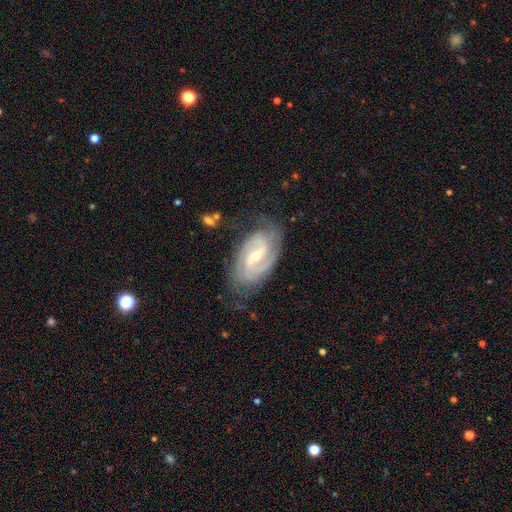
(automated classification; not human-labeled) Overall: featured or disk (89%). Edge-on disk: no (96%). Bar: weak (48%; strong 34%). Spiral arms: yes (97%). Spiral arm count: 2 (69%). Spiral winding: tight (48%; medium 41%). Bulge size: small (55%; moderate 42%). Merging: none (73%).